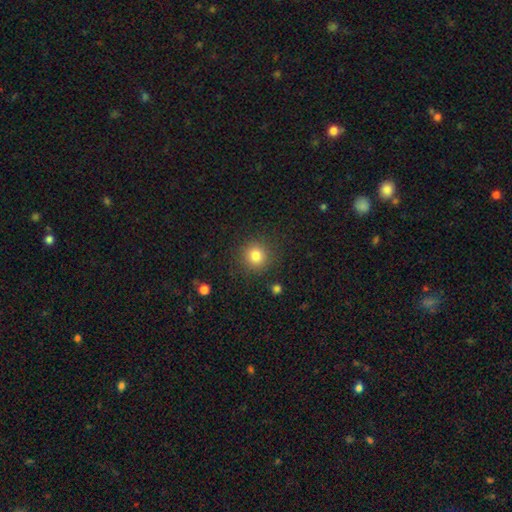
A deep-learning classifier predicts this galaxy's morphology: Smooth or featured?
  - smooth: 82% *
  - star or artifact: 12%
  - featured or disk: 6%
How rounded?
  - round: 92% *
  - in between: 7%
  - cigar-shaped: 1%
Merging?
  - none: 88% *
  - minor disturbance: 7%
  - major disturbance: 3%
  - merger: 2%